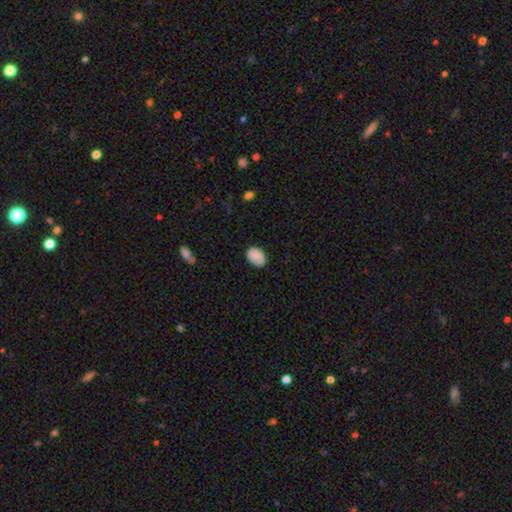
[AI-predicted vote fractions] Smooth or featured? smooth (85%)
How rounded? in between (82%)
Merging? none (79%)